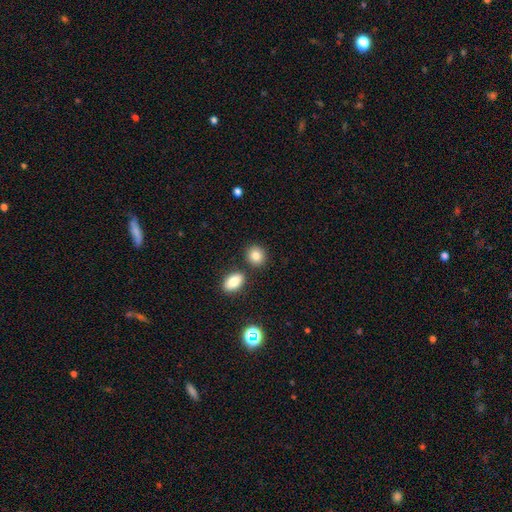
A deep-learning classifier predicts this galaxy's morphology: Smooth or featured? smooth (84%)
How rounded? round (74%)
Merging? none (80%)